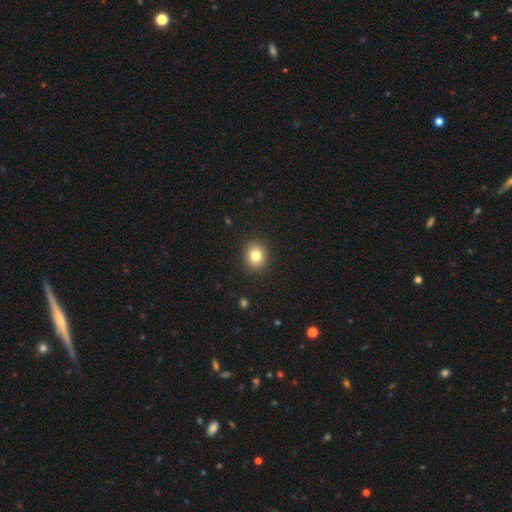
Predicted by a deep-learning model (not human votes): Smooth or featured? smooth (81%)
How rounded? round (72%)
Merging? none (91%)